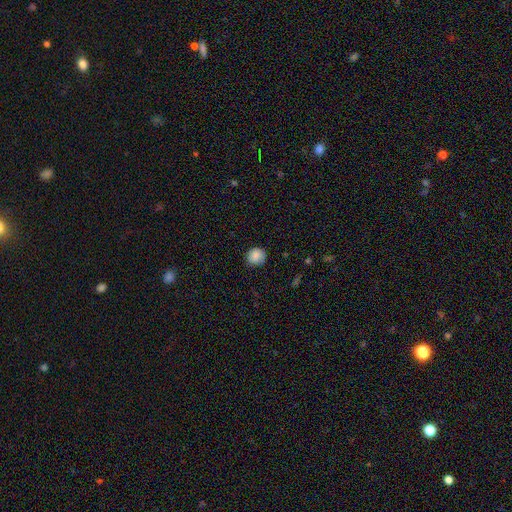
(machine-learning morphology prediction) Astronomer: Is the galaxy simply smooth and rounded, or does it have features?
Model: smooth — 86%.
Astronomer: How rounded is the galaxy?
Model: round — 87%.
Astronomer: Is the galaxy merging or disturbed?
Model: none — 84%.